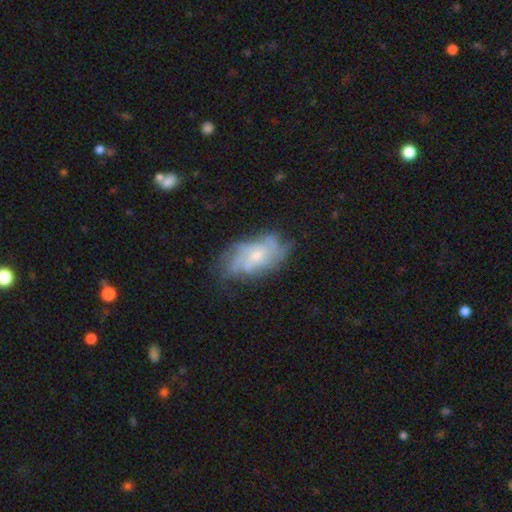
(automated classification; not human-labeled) Q: Smooth or featured?
A: featured or disk (73%); runner-up: smooth (20%)
Q: Edge-on disk?
A: no (95%); runner-up: yes (5%)
Q: Bar?
A: no (69%); runner-up: weak (27%)
Q: Spiral arms?
A: yes (85%); runner-up: no (15%)
Q: Spiral winding?
A: tight (45%); runner-up: medium (38%)
Q: Spiral arm count?
A: can't tell (46%); runner-up: 4 (18%)
Q: Bulge size?
A: small (57%); runner-up: moderate (36%)
Q: Merging?
A: none (61%); runner-up: minor disturbance (24%)